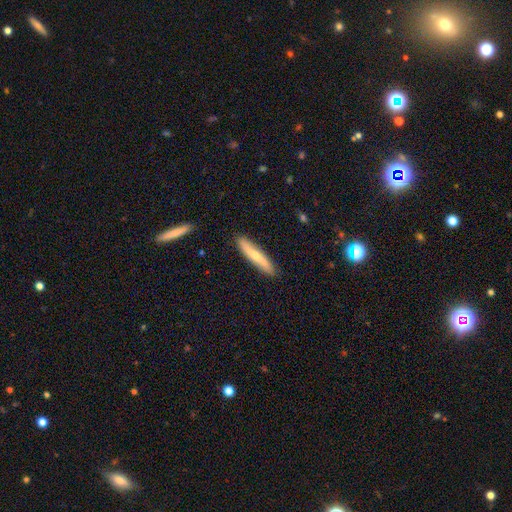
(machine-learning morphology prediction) Smooth or featured?
  - smooth: 54% *
  - featured or disk: 41%
  - star or artifact: 5%
How rounded?
  - cigar-shaped: 90% *
  - in between: 8%
  - round: 2%
Merging?
  - none: 88% *
  - minor disturbance: 9%
  - major disturbance: 2%
  - merger: 1%